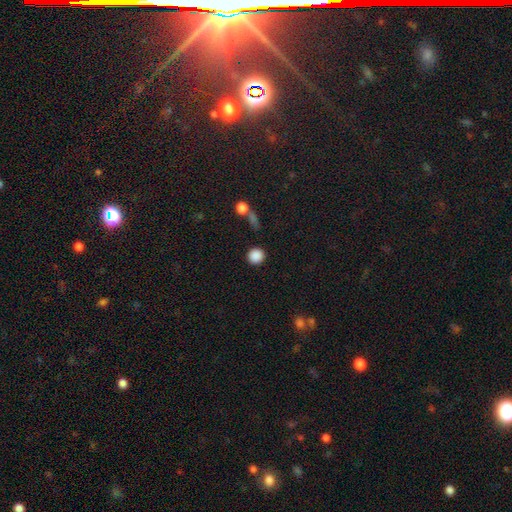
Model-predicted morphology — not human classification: smooth-or-featured: smooth: 87% | star or artifact: 10% | featured or disk: 3%
  how-rounded: round: 93% | in between: 6% | cigar-shaped: 1%
  merging: none: 84% | minor disturbance: 7% | merger: 5% | major disturbance: 4%